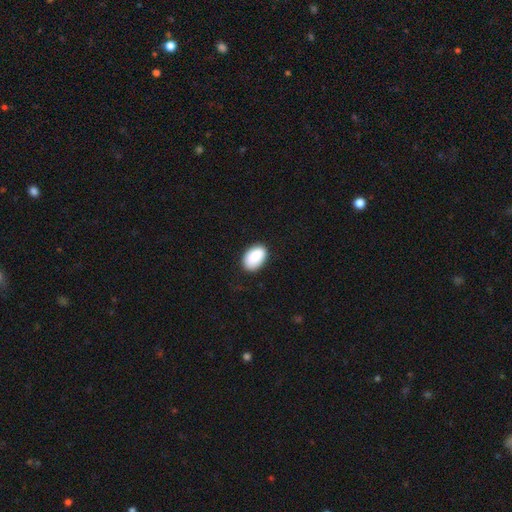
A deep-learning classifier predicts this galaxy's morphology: A smooth galaxy with no disk features (89%) that is in between round and cigar-shaped (91%).

Vote fractions:
- Smooth or featured? smooth: 89% / star or artifact: 7% / featured or disk: 5%
- How rounded? in between: 91% / round: 8% / cigar-shaped: 1%
- Merging? none: 82% / minor disturbance: 15% / major disturbance: 3% / merger: 1%